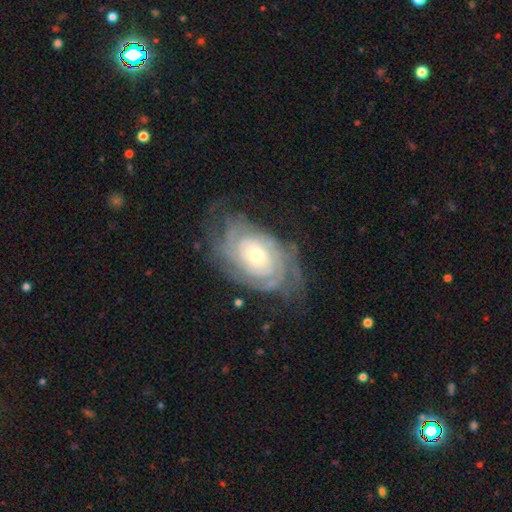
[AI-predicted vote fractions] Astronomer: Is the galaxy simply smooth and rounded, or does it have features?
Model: featured or disk — 86%.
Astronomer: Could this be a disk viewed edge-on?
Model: no — 95%.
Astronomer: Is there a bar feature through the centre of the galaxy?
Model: no — 79%.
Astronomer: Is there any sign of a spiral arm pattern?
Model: yes — 95%.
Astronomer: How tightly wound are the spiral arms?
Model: tight — 80%.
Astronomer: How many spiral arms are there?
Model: can't tell — 41% (runner-up: 2, 17%).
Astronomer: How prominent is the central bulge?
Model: moderate — 48% (runner-up: small, 46%).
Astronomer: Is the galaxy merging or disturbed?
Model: none — 68%.